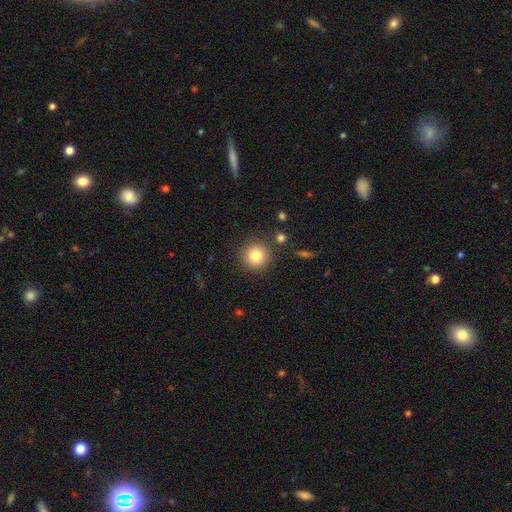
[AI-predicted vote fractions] Morphology: type=smooth (82%); roundness=round (94%); merging=none (86%).